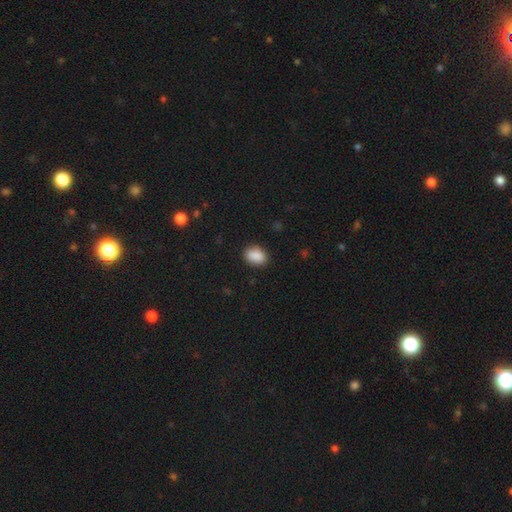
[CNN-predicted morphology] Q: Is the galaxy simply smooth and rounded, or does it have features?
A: smooth — 90%.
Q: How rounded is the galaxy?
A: in between — 80%.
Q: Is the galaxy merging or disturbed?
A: none — 87%.